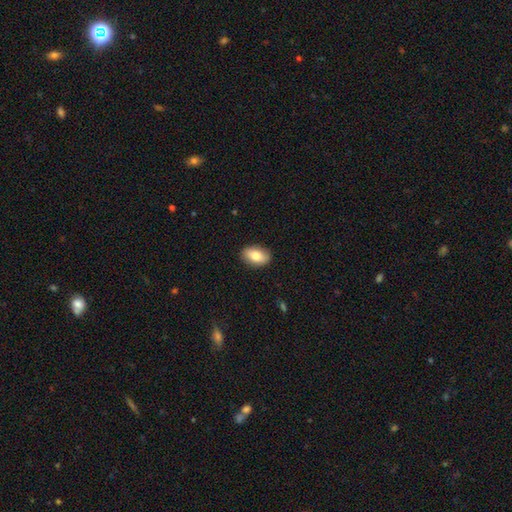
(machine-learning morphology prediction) A smooth galaxy with no disk features (78%) that is in between round and cigar-shaped (89%). Merging: none (88%).